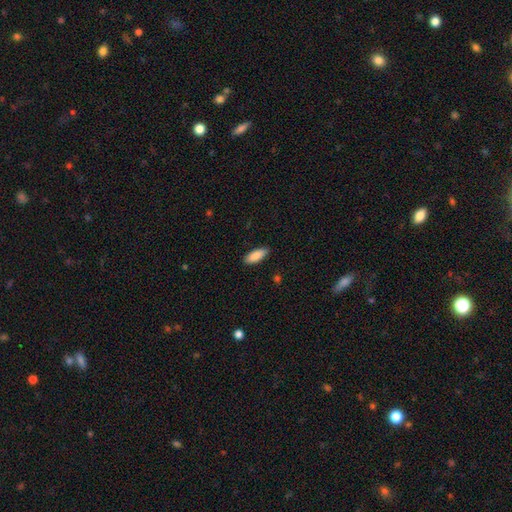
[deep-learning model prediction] Morphology: type=smooth (88%); roundness=in between (77%); merging=none (87%).